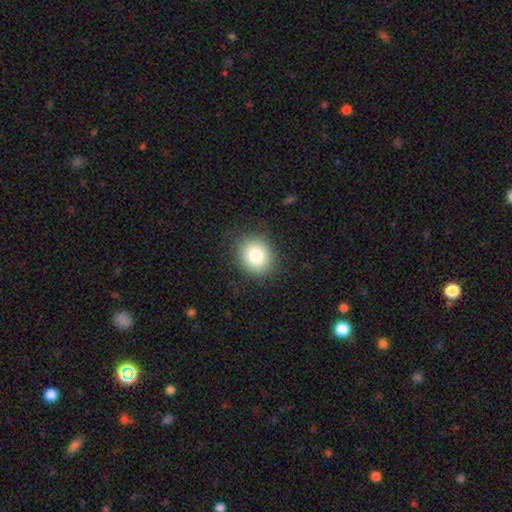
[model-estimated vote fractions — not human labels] smooth-or-featured: smooth: 83% | star or artifact: 9% | featured or disk: 8%
  how-rounded: round: 73% | in between: 26% | cigar-shaped: 1%
  merging: none: 87% | minor disturbance: 9% | major disturbance: 3% | merger: 1%